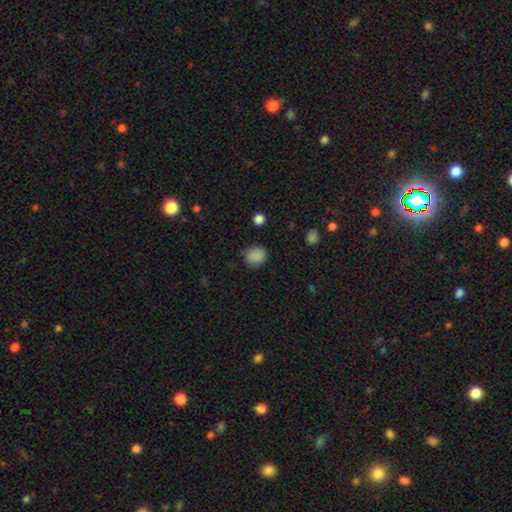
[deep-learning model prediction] A smooth galaxy with no disk features (85%) that is round (79%). Merging: none (79%).